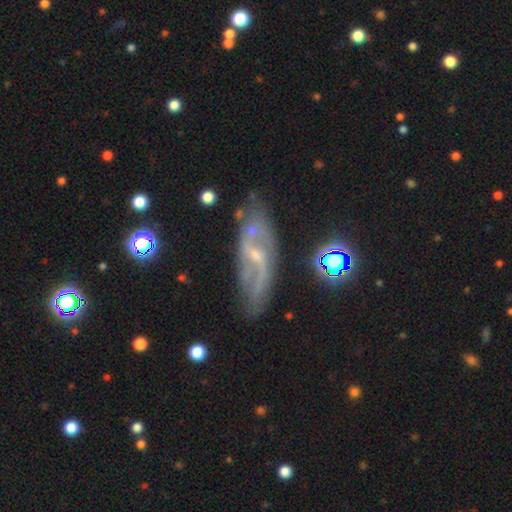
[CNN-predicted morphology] A featured or disk galaxy (75%) with a weak bar (51%), 2 (75%) loose (56%) spiral arms (85%) and a small central bulge (66%). Merging: none (65%).